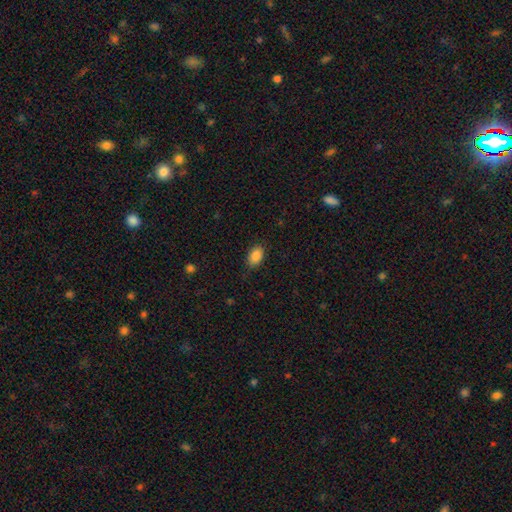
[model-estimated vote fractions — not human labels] This is clearly a smooth galaxy (88%). How rounded: clearly in between (88%). Merging: clearly none (85%).